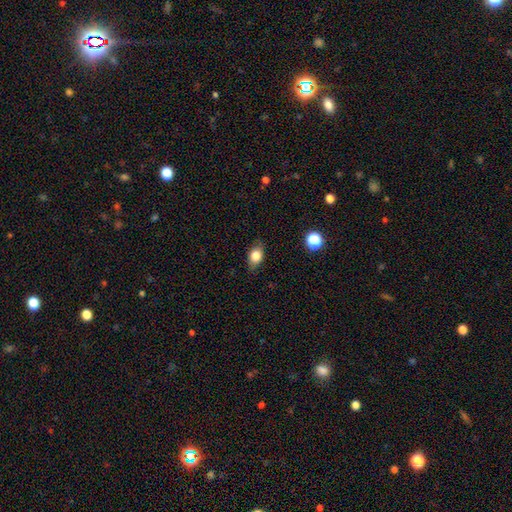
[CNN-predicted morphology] Smooth or featured?
  - smooth: 78% *
  - featured or disk: 12%
  - star or artifact: 9%
How rounded?
  - in between: 73% *
  - round: 24%
  - cigar-shaped: 3%
Merging?
  - none: 81% *
  - minor disturbance: 15%
  - major disturbance: 3%
  - merger: 1%